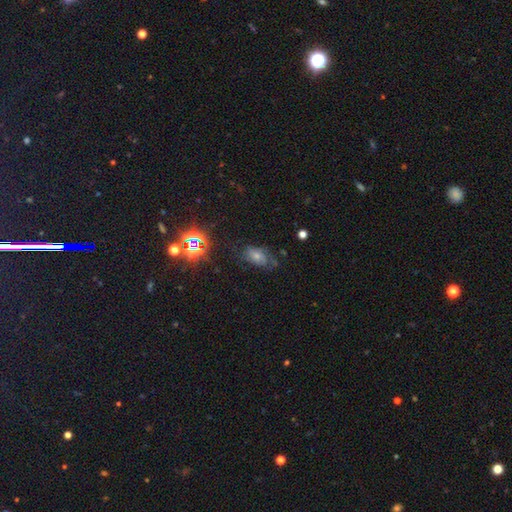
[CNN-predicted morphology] type=star or artifact (37%).